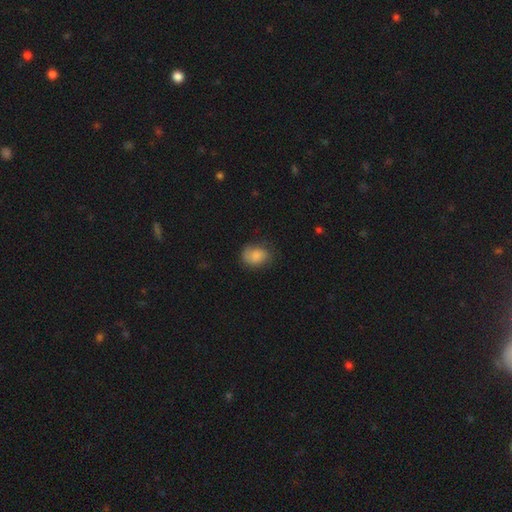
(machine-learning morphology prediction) smooth 76%, featured or disk 15%, star or artifact 8%. Down the decision tree: how rounded — in between (57%); merging — none (65%).